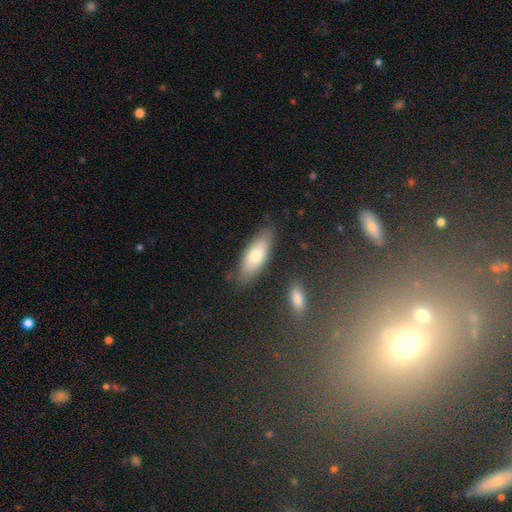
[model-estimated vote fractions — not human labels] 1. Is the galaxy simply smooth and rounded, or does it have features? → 73% smooth, 21% featured or disk, 6% star or artifact.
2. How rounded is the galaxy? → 68% in between, 30% cigar-shaped, 2% round.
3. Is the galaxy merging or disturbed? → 79% none, 15% minor disturbance, 4% merger, 3% major disturbance.